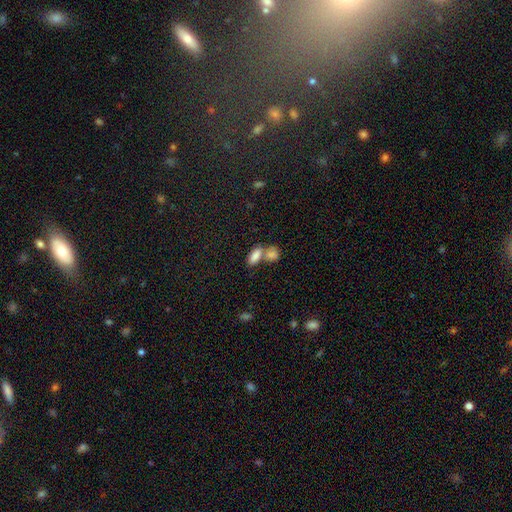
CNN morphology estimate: Overall: smooth (84%). How rounded: in between (87%). Merging: merger (50%; none 37%).